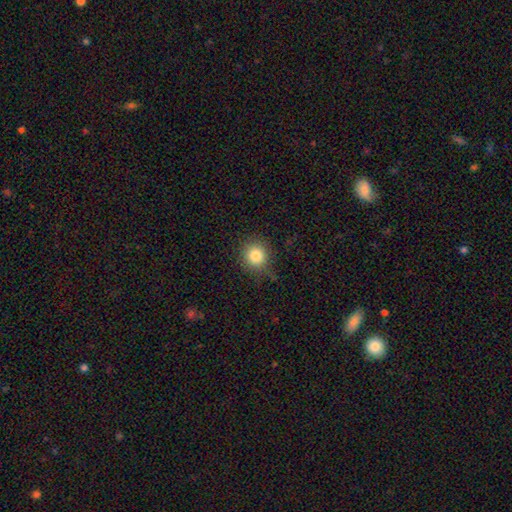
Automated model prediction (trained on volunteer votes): smooth 82%, star or artifact 11%, featured or disk 7%. Down the decision tree: how rounded — round (90%); merging — none (82%).